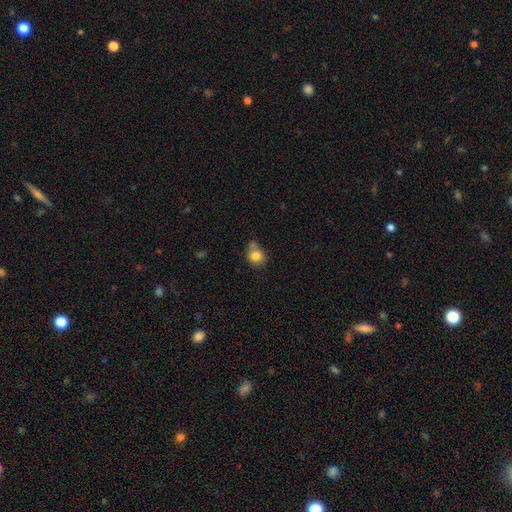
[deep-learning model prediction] smooth-or-featured: smooth: 82% | star or artifact: 10% | featured or disk: 8%
  how-rounded: round: 70% | in between: 29% | cigar-shaped: 1%
  merging: none: 49% | minor disturbance: 24% | merger: 19% | major disturbance: 7%